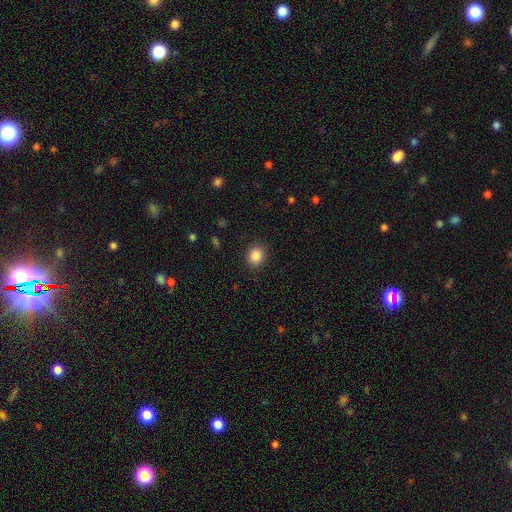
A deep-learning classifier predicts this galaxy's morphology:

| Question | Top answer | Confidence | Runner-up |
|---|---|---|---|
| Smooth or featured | smooth | 87% | star or artifact (10%) |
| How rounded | round | 71% | in between (28%) |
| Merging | none | 89% | minor disturbance (8%) |